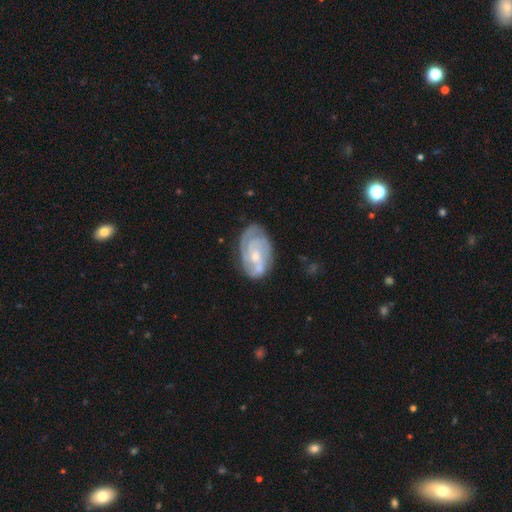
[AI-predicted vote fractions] Smooth or featured?
  - featured or disk: 79% *
  - smooth: 15%
  - star or artifact: 6%
Edge-on disk?
  - no: 97% *
  - yes: 3%
Bar?
  - no: 61% *
  - weak: 33%
  - strong: 6%
Spiral arms?
  - yes: 93% *
  - no: 7%
Spiral winding?
  - tight: 60% *
  - medium: 32%
  - loose: 8%
Spiral arm count?
  - 3: 29% *
  - can't tell: 27%
  - 2: 26%
  - 4: 10%
  - 1: 4%
  - more than 4: 4%
Bulge size?
  - small: 52% *
  - moderate: 41%
  - none: 4%
  - large: 2%
  - dominant: 1%
Merging?
  - none: 65% *
  - minor disturbance: 23%
  - major disturbance: 8%
  - merger: 5%